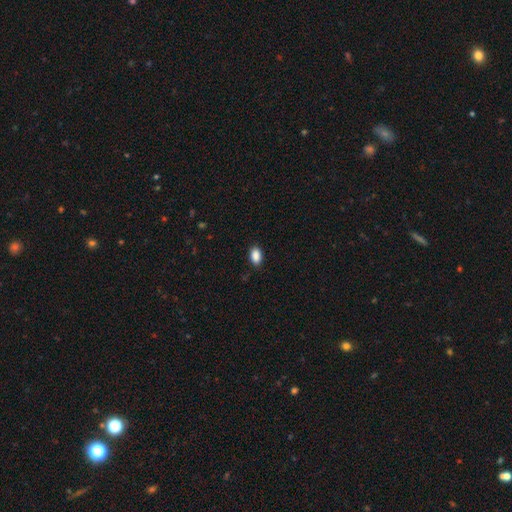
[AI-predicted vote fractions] A smooth galaxy with no disk features (89%) that is in between round and cigar-shaped (89%). Merging: none (85%).